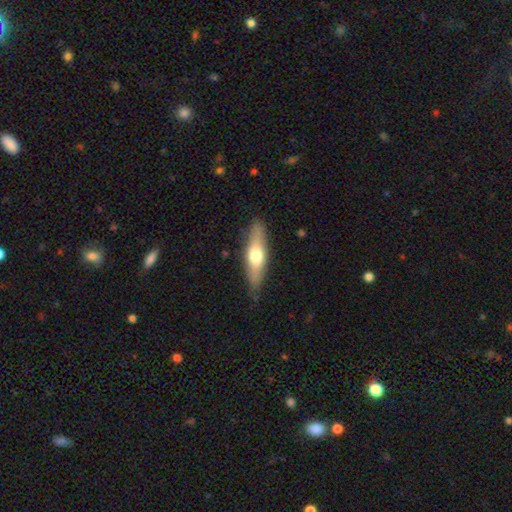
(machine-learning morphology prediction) smooth_or_featured: smooth (p=0.54) [alt: featured or disk p=0.41]
how_rounded: cigar-shaped (p=0.63) [alt: in between p=0.34]
merging: none (p=0.83) [alt: minor disturbance p=0.13]